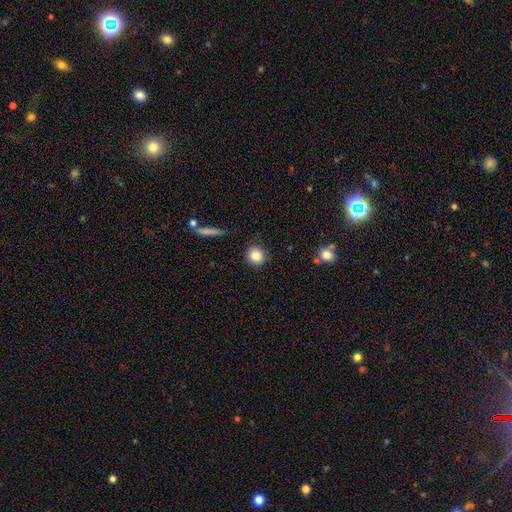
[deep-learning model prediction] Smooth or featured: smooth — 86% (star or artifact — 9%)
How rounded: round — 90% (in between — 8%)
Merging: none — 85% (minor disturbance — 10%)